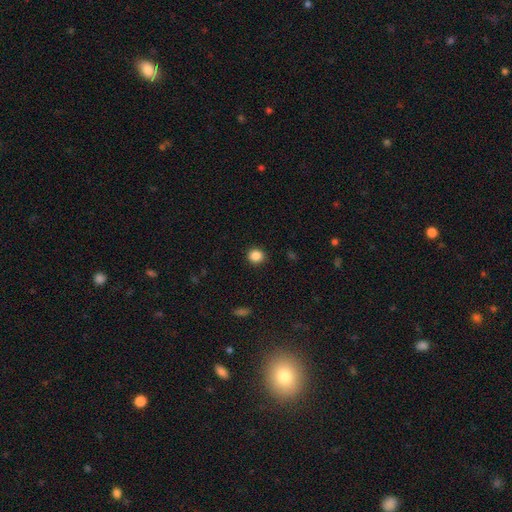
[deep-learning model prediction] Smooth or featured? smooth (86%)
How rounded? round (87%)
Merging? none (91%)